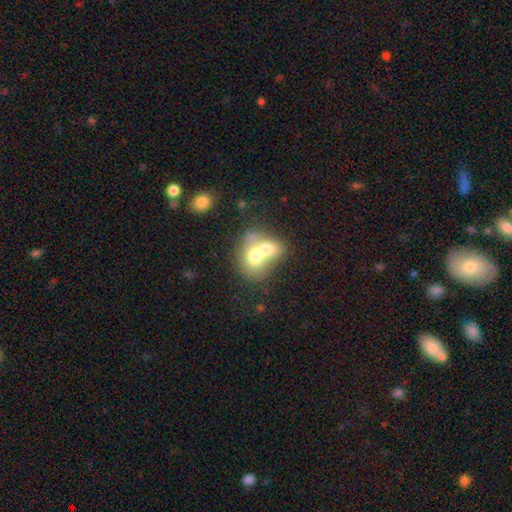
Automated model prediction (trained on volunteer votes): smooth-or-featured: smooth: 65% | featured or disk: 26% | star or artifact: 9%
  how-rounded: round: 51% | in between: 48% | cigar-shaped: 1%
  merging: merger: 75% | none: 16% | minor disturbance: 5% | major disturbance: 4%